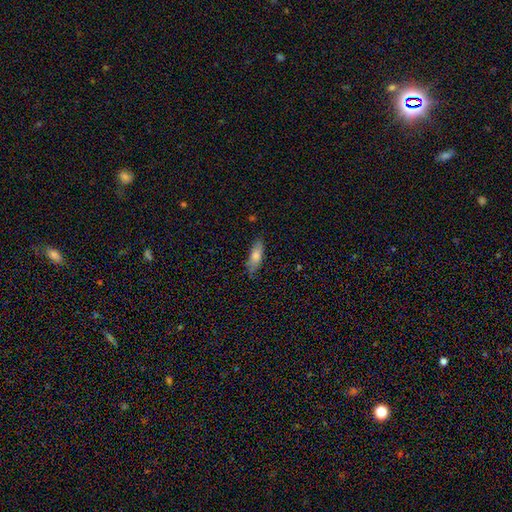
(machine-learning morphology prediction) smooth_or_featured: smooth (p=0.75) [alt: featured or disk p=0.19]
how_rounded: in between (p=0.58) [alt: cigar-shaped p=0.40]
merging: none (p=0.84) [alt: minor disturbance p=0.13]